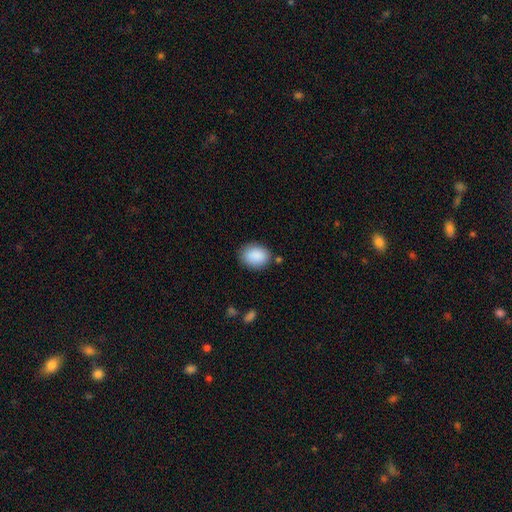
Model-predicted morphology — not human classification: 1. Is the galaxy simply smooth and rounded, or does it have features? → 89% smooth, 7% star or artifact, 4% featured or disk.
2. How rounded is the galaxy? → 69% in between, 30% round, 1% cigar-shaped.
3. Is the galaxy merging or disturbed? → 81% none, 13% minor disturbance, 3% major disturbance, 2% merger.